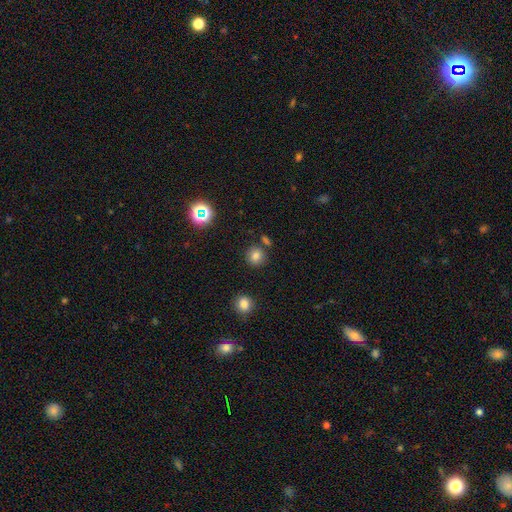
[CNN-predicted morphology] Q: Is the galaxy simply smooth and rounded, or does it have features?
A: smooth — 79%.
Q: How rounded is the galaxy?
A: round — 90%.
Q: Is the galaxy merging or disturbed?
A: none — 81%.